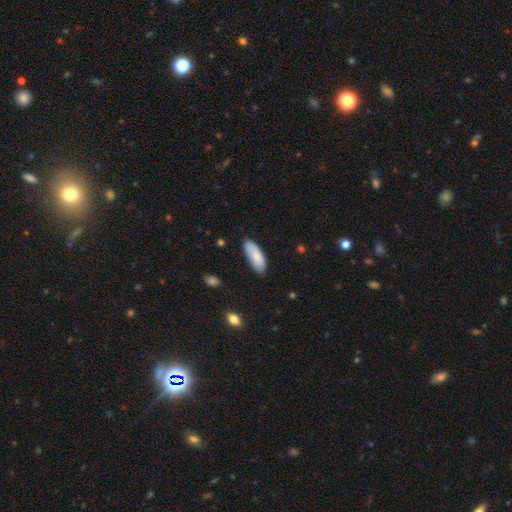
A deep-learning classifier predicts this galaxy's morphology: Smooth or featured? Predicted: smooth (p=0.81). How rounded? Predicted: in between (p=0.78). Merging? Predicted: none (p=0.79).